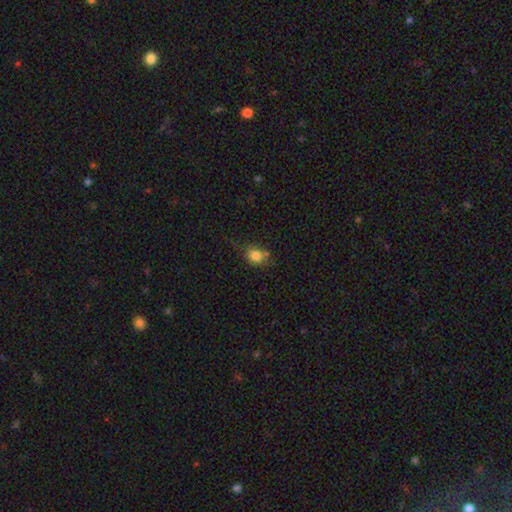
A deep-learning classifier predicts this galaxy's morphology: smooth_or_featured: smooth (p=0.81) [alt: star or artifact p=0.11]
how_rounded: round (p=0.57) [alt: in between p=0.42]
merging: none (p=0.58) [alt: minor disturbance p=0.23]